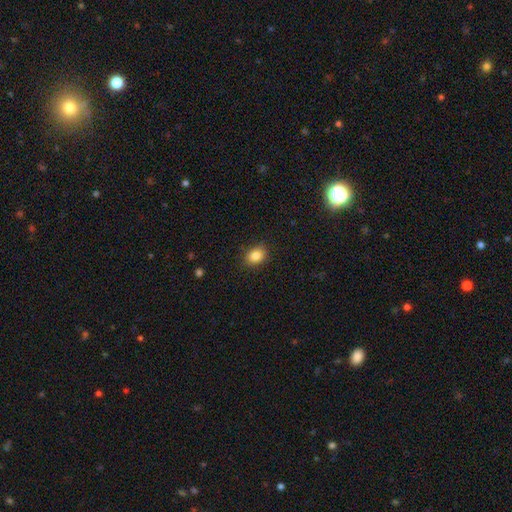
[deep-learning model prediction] Smooth or featured? smooth (84%)
How rounded? in between (59%)
Merging? none (87%)